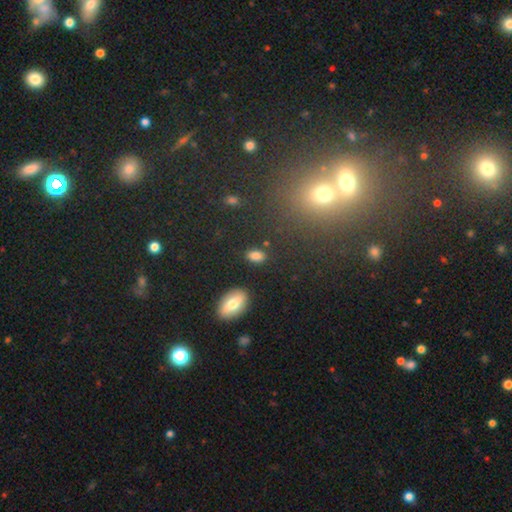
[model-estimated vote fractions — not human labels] Smooth or featured?
  - smooth: 82% *
  - star or artifact: 11%
  - featured or disk: 6%
How rounded?
  - in between: 85% *
  - round: 12%
  - cigar-shaped: 3%
Merging?
  - none: 80% *
  - minor disturbance: 12%
  - merger: 4%
  - major disturbance: 4%